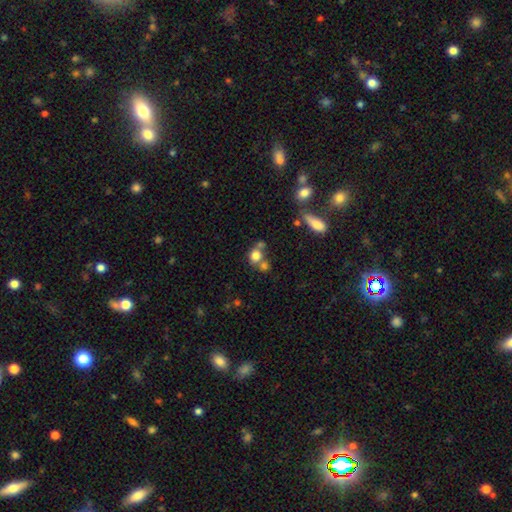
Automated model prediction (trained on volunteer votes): Morphology: type=smooth (76%); roundness=round (75%); merging=merger (42%, tied with none).